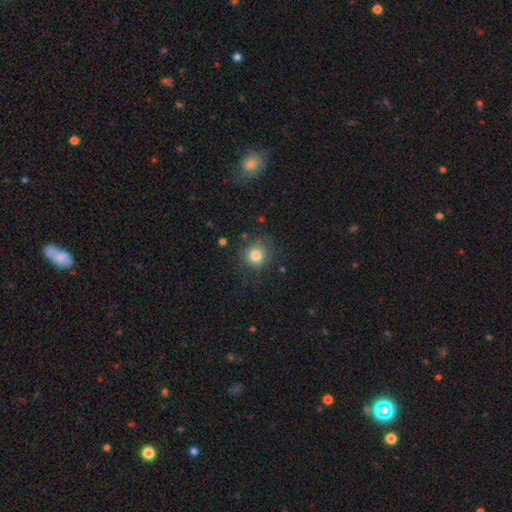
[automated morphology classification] This is clearly a smooth galaxy (82%). How rounded: clearly round (90%). Merging: likely none (78%).